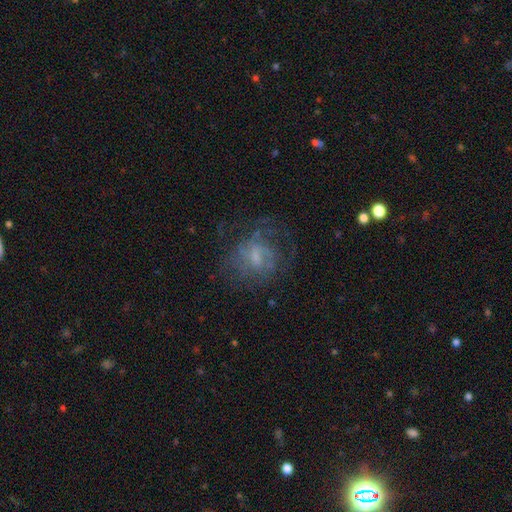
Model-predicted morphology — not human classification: type=featured or disk (59%); edge-on=no (97%); bar=no (51%); spiral arms=yes (56%); bulge=small (40%); merging=none (52%).